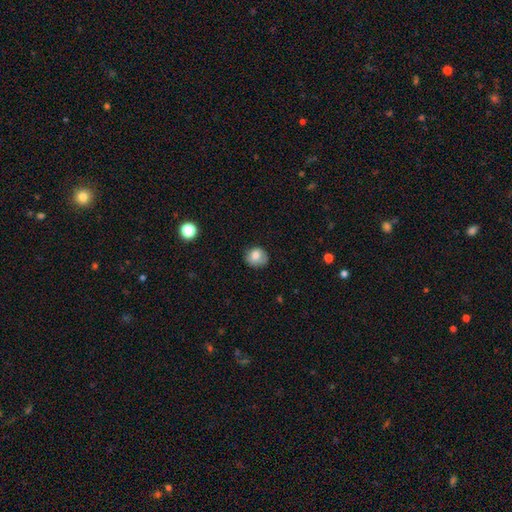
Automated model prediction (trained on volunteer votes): Smooth or featured: smooth — 82% (star or artifact — 9%)
How rounded: round — 76% (in between — 23%)
Merging: none — 73% (minor disturbance — 21%)